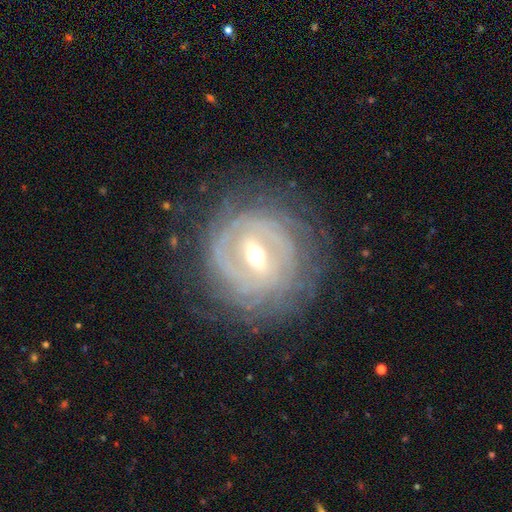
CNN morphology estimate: smooth-or-featured: featured or disk: 86% | smooth: 8% | star or artifact: 6%
  disk-edge-on: no: 94% | yes: 6%
    bar: strong: 48% | weak: 41% | no: 11%
    has-spiral-arms: yes: 87% | no: 13%
      spiral-winding: tight: 80% | medium: 15% | loose: 5%
      spiral-arm-count: can't tell: 46% | 2: 15% | 3: 12% | 4: 11% | more than 4: 10% | 1: 6%
    bulge-size: moderate: 63% | small: 30% | large: 5% | dominant: 1% | none: 1%
  merging: none: 79% | minor disturbance: 13% | major disturbance: 7% | merger: 1%